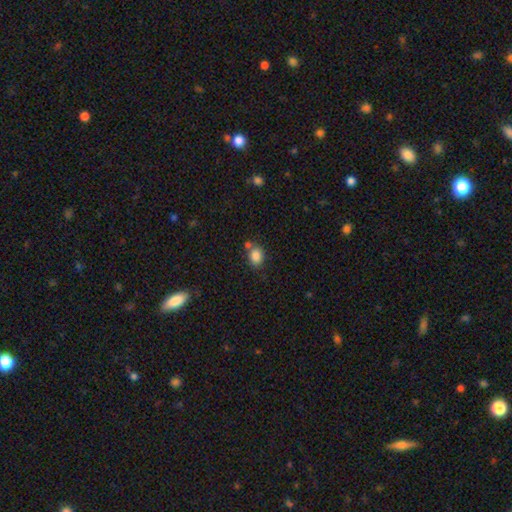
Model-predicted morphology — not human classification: smooth 85%, star or artifact 10%, featured or disk 5%. Down the decision tree: how rounded — in between (60%); merging — none (63%).